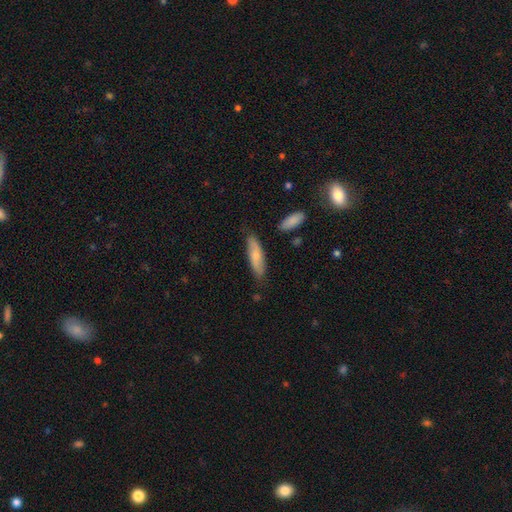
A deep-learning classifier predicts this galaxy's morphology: This is likely a smooth galaxy (69%). How rounded: possibly cigar-shaped (55%). Merging: likely none (76%).